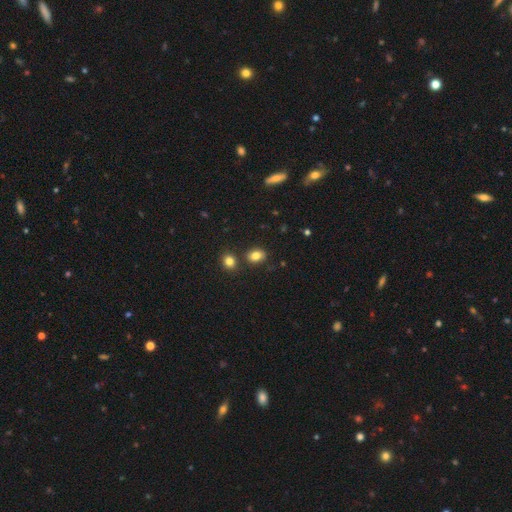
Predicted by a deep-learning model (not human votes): This appears to be a smooth galaxy with no disk features (81%) that is in between round and cigar-shaped (59%). Merging: none (77%).